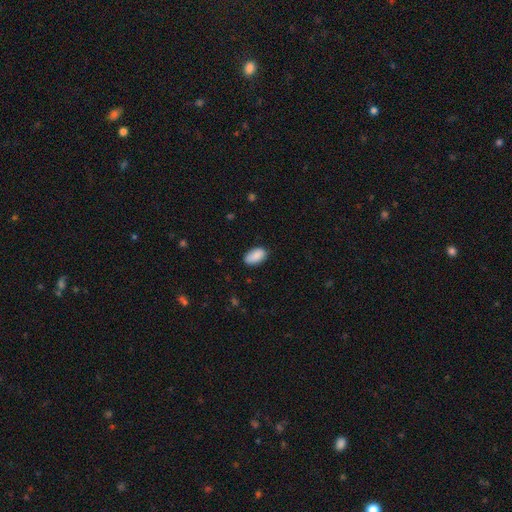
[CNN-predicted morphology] This appears to be a smooth galaxy with no disk features (88%) that is in between round and cigar-shaped (94%). Merging: none (82%).